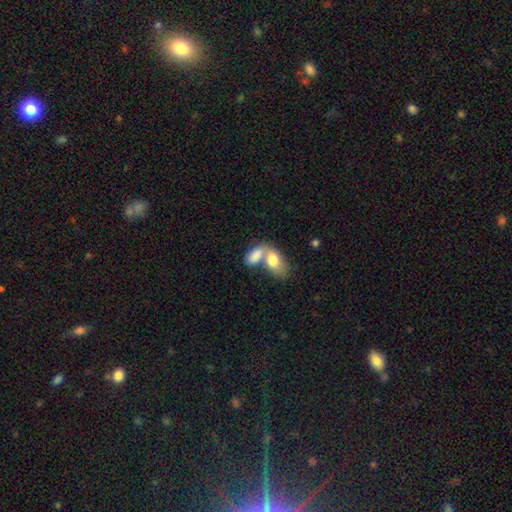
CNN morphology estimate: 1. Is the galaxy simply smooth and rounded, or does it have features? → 79% smooth, 15% featured or disk, 6% star or artifact.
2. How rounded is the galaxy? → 91% in between, 5% round, 3% cigar-shaped.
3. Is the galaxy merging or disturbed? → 71% merger, 17% none, 7% minor disturbance, 5% major disturbance.